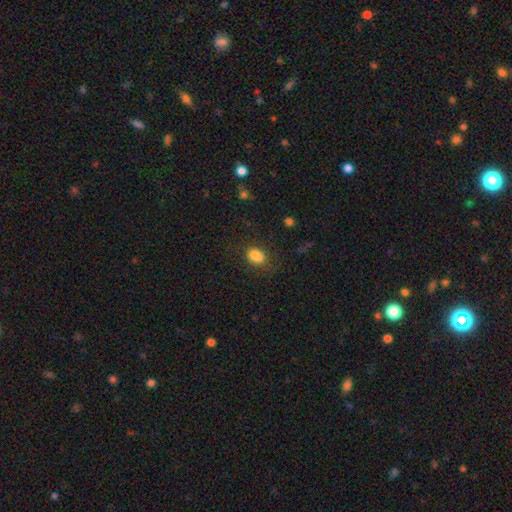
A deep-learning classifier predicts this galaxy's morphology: Overall: smooth (82%). How rounded: in between (76%). Merging: none (62%).